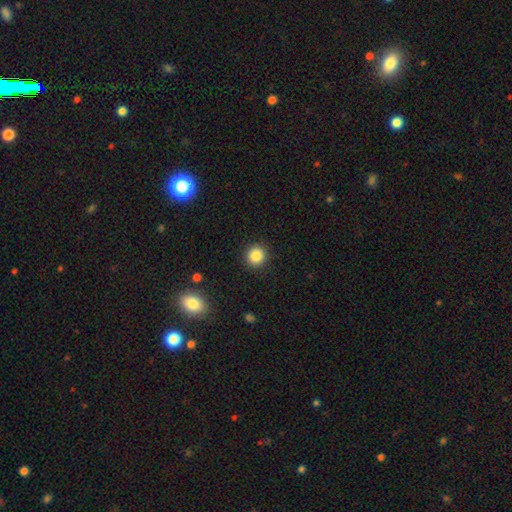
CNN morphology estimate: Smooth or featured? smooth (85%)
How rounded? round (91%)
Merging? none (91%)